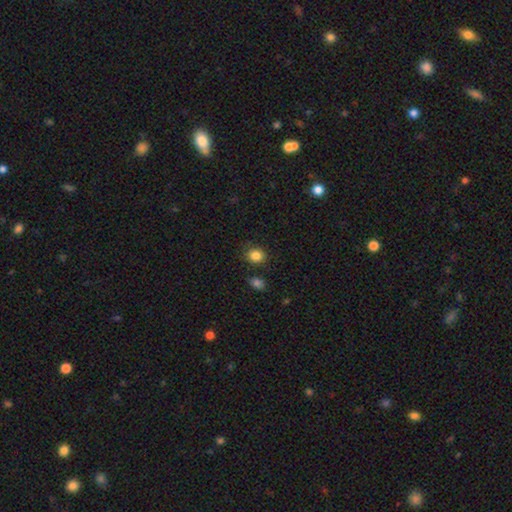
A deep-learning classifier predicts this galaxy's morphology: Smooth or featured?
  - smooth: 85% *
  - star or artifact: 10%
  - featured or disk: 5%
How rounded?
  - round: 69% *
  - in between: 30%
  - cigar-shaped: 1%
Merging?
  - none: 82% *
  - minor disturbance: 11%
  - merger: 4%
  - major disturbance: 3%